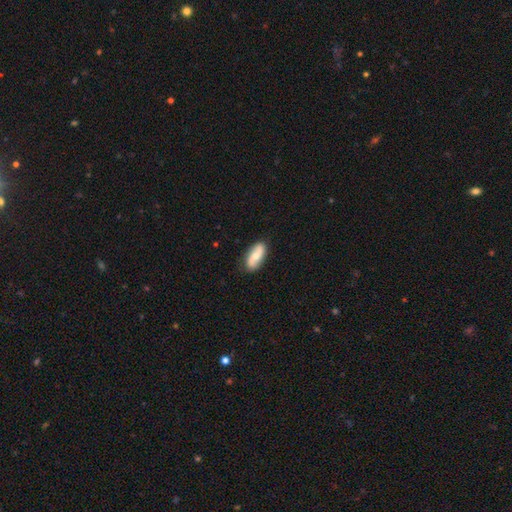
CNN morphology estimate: Smooth or featured? smooth (56%)
How rounded? in between (82%)
Merging? none (84%)